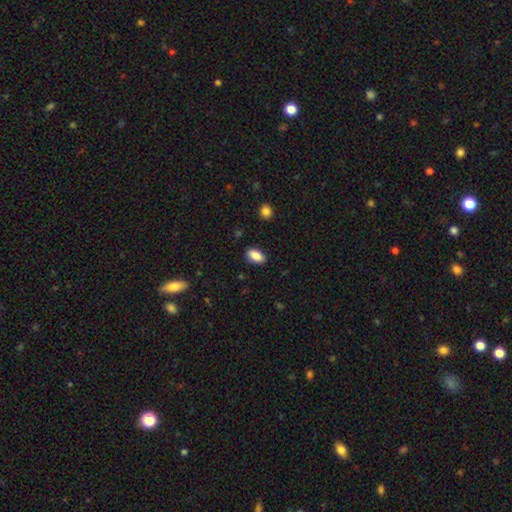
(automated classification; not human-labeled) Smooth or featured? Predicted: smooth (p=0.87). How rounded? Predicted: in between (p=0.91). Merging? Predicted: none (p=0.87).